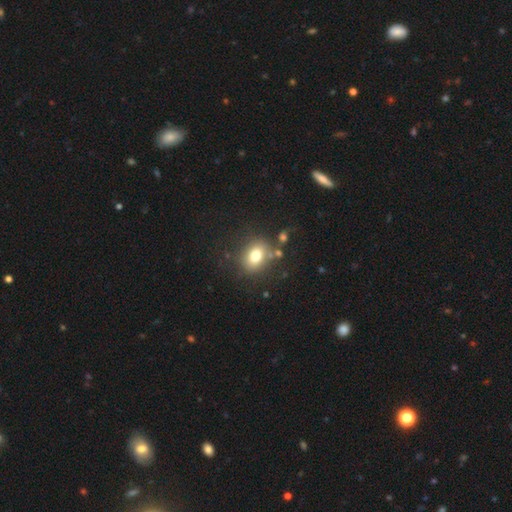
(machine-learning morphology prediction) Smooth or featured?
  - smooth: 78% *
  - star or artifact: 11%
  - featured or disk: 11%
How rounded?
  - in between: 56% *
  - round: 43%
  - cigar-shaped: 1%
Merging?
  - none: 75% *
  - minor disturbance: 13%
  - merger: 8%
  - major disturbance: 5%